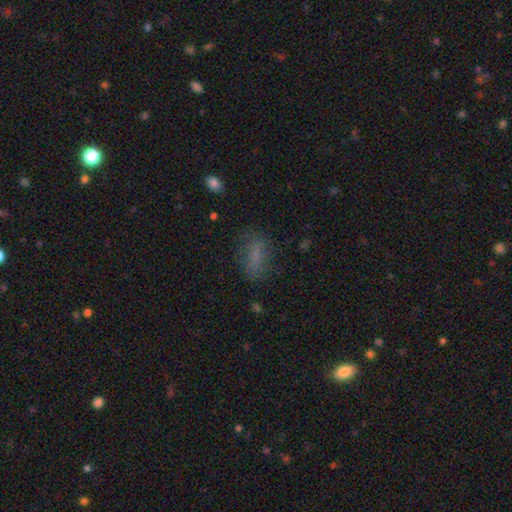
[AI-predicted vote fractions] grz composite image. It shows a smooth galaxy with no disk features (66%) that is in between round and cigar-shaped (67%). Merging: none (74%).